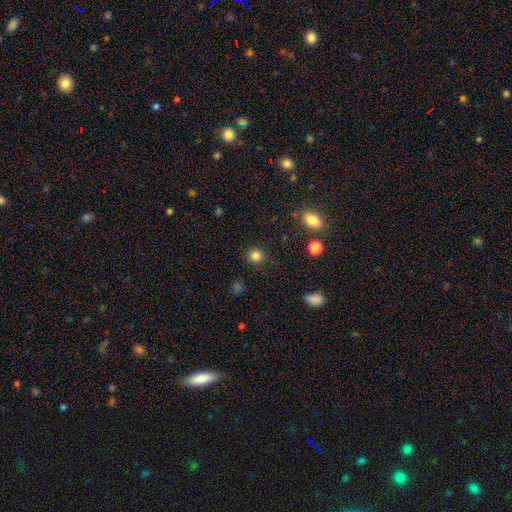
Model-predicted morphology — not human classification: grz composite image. It shows a smooth galaxy with no disk features (84%) that is round (90%). Merging: none (90%).